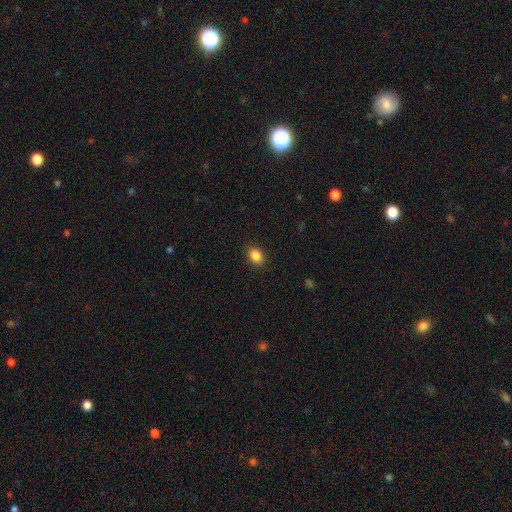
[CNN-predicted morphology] This is clearly a smooth galaxy (87%). How rounded: likely in between (69%). Merging: clearly none (89%).